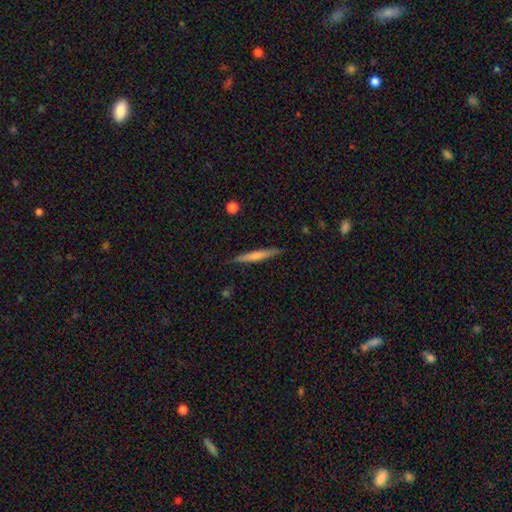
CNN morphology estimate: A smooth galaxy with no disk features (61%) that is cigar-shaped (94%). Merging: none (86%).